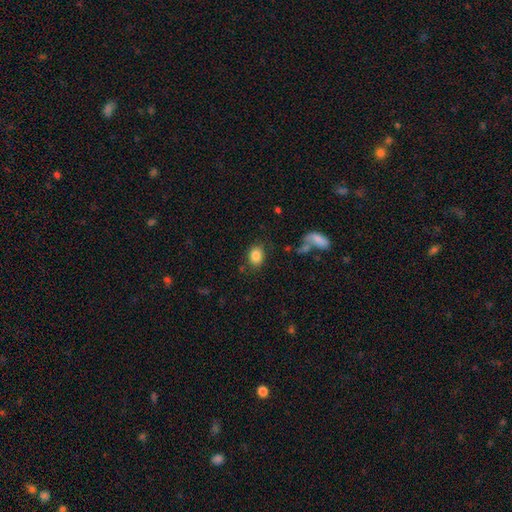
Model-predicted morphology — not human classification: The model was most divided on "how rounded": in between: 62%, round: 36%, cigar-shaped: 1%. More confident: smooth or featured — smooth (85%); merging — none (79%).